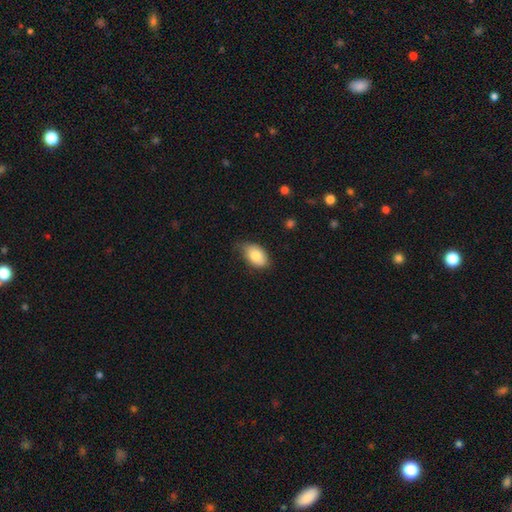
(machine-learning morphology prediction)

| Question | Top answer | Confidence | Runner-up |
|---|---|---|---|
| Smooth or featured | smooth | 81% | featured or disk (12%) |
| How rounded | in between | 91% | round (7%) |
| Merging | none | 60% | minor disturbance (33%) |